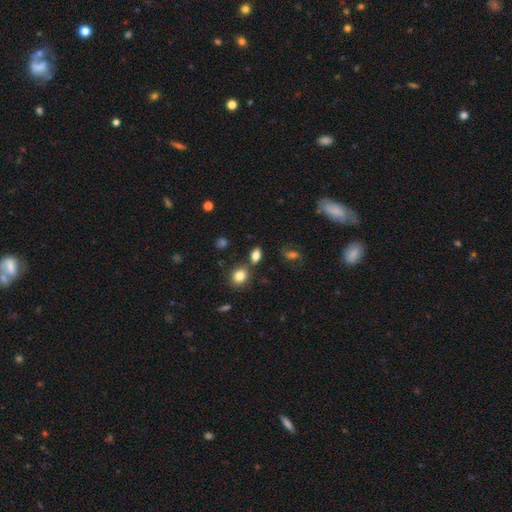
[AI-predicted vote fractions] A smooth galaxy with no disk features (80%) that is in between round and cigar-shaped (75%). Merging: none (69%).